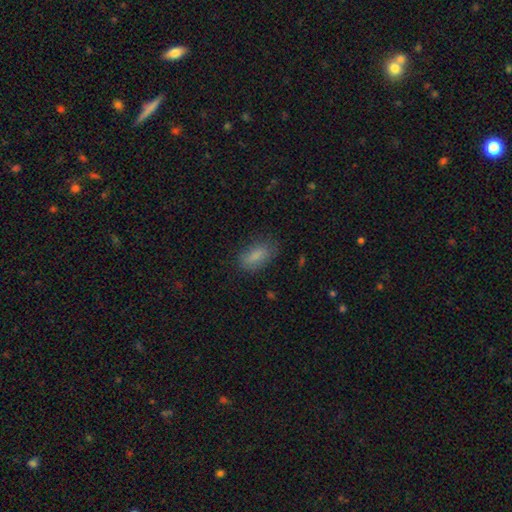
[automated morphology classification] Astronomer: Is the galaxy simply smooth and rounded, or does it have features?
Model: smooth — 83%.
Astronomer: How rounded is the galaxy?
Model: in between — 86%.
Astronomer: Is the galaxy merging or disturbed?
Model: none — 75%.